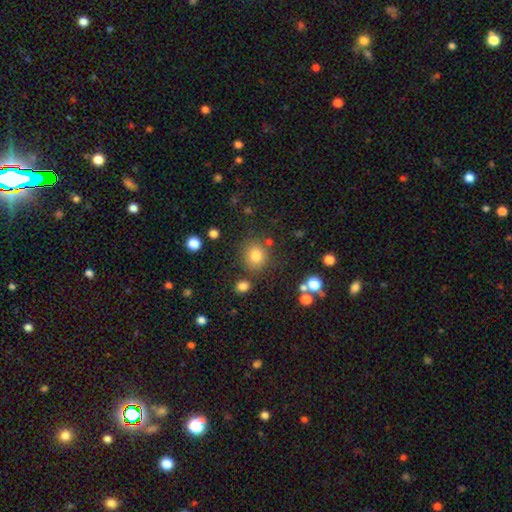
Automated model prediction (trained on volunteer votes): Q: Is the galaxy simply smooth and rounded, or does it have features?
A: smooth — 80%.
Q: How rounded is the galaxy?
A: round — 81%.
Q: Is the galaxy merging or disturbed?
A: none — 79%.